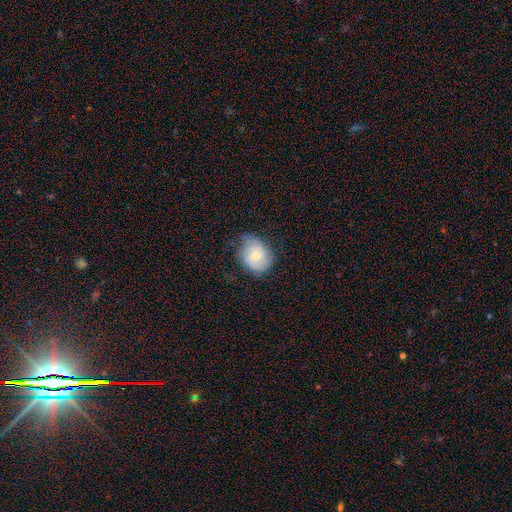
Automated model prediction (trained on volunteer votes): A featured or disk galaxy (51%). Merging: none (57%).